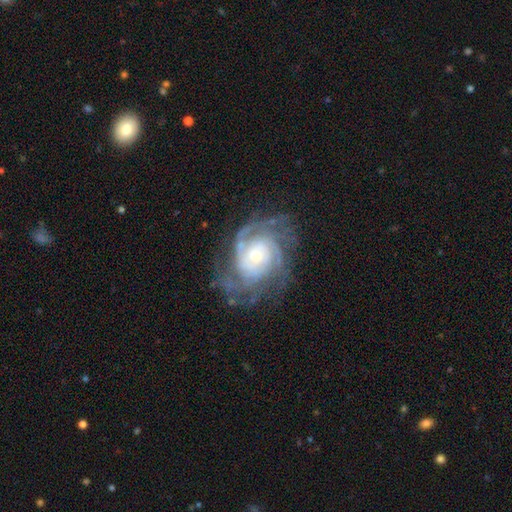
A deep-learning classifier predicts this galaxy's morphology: This appears to be a featured or disk galaxy (89%) with no bar (73%), tight (65%) spiral arms (97%) and a small central bulge (64%). Merging: none (69%).